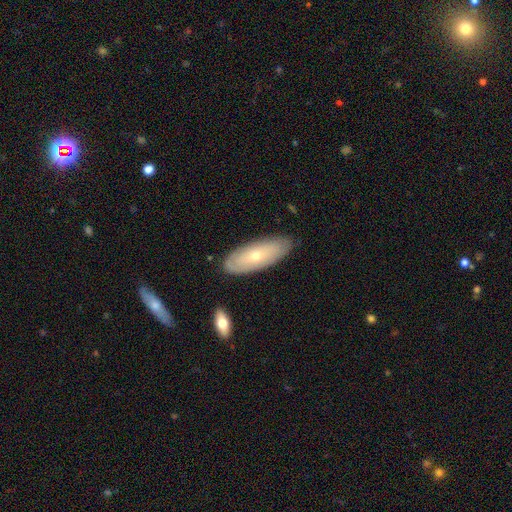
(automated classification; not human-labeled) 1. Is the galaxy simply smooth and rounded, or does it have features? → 49% smooth, 44% featured or disk, 7% star or artifact.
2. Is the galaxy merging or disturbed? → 82% none, 14% minor disturbance, 3% major disturbance, 2% merger.